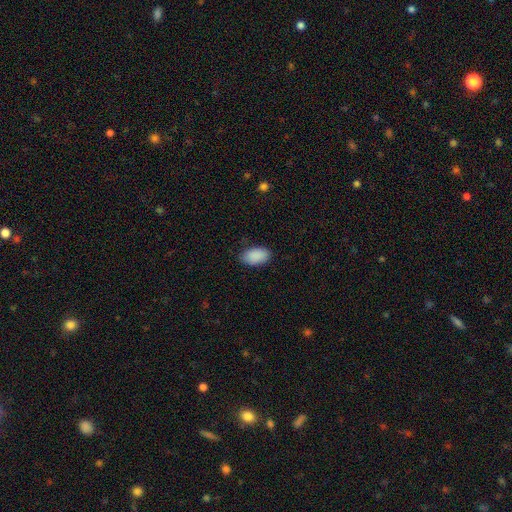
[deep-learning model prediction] A smooth galaxy with no disk features (90%) that is in between round and cigar-shaped (93%). Merging: none (85%).